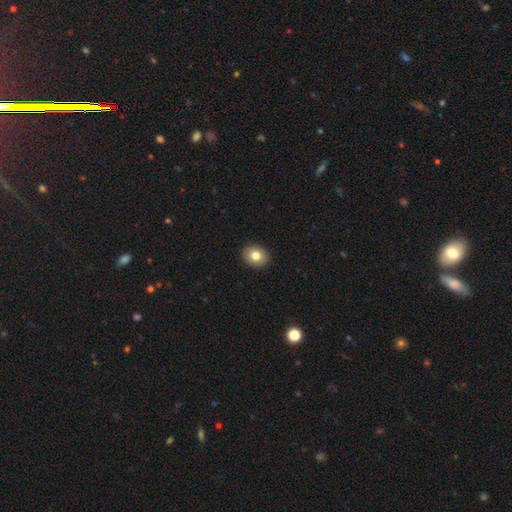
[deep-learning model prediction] Smooth or featured: smooth — 80% (featured or disk — 11%)
How rounded: in between — 50% (round — 49%)
Merging: none — 91% (minor disturbance — 6%)